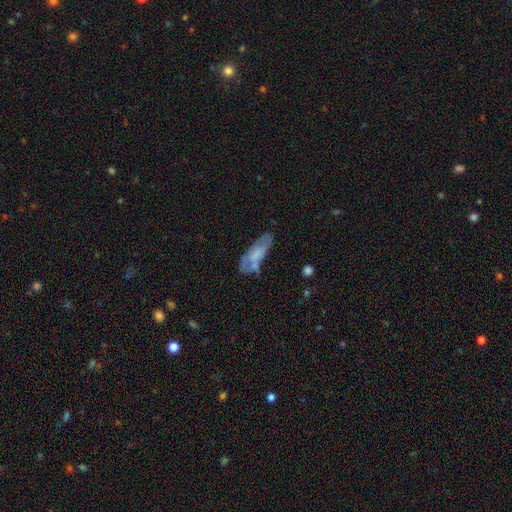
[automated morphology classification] This appears to be a smooth galaxy with no disk features (50%). Merging: none (46%).